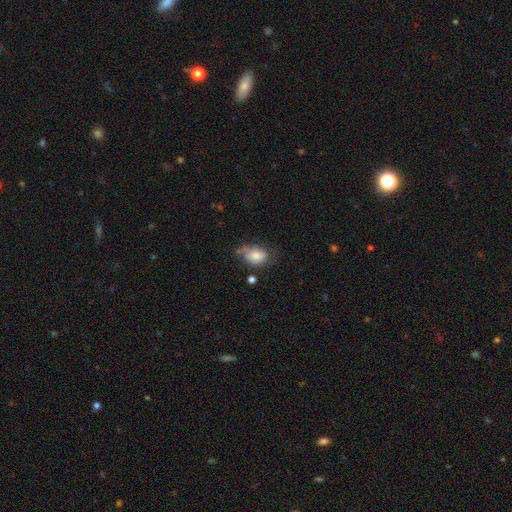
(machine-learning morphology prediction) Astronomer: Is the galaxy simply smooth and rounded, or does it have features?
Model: smooth — 69%.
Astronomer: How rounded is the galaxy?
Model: in between — 82%.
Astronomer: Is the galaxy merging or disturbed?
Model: none — 39% (runner-up: minor disturbance, 35%).